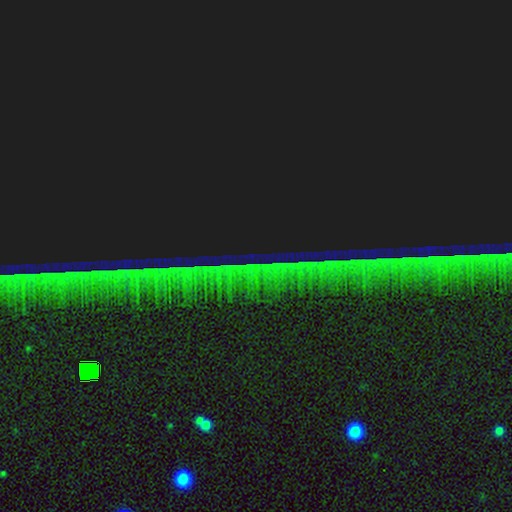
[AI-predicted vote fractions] Smooth or featured?
  - star or artifact: 86% *
  - featured or disk: 8%
  - smooth: 7%